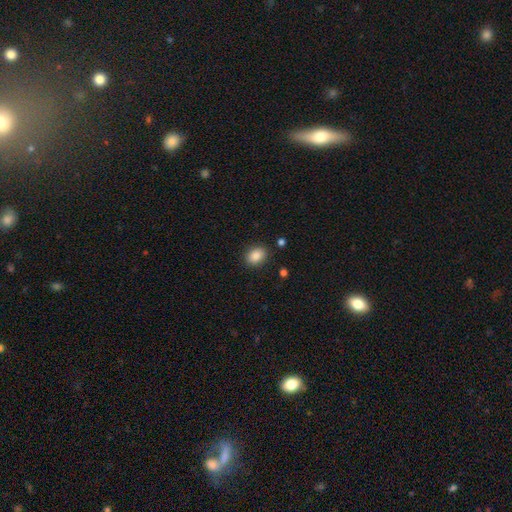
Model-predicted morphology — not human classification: smooth_or_featured: smooth (p=0.87) [alt: star or artifact p=0.09]
how_rounded: in between (p=0.65) [alt: round p=0.34]
merging: none (p=0.87) [alt: minor disturbance p=0.09]